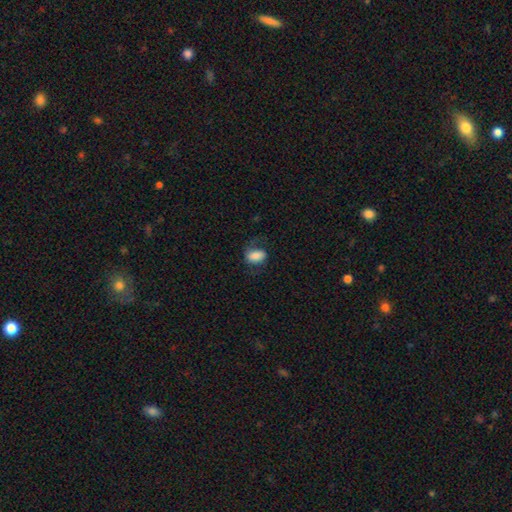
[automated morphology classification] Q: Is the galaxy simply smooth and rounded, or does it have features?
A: smooth — 75%.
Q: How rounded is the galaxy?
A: in between — 85%.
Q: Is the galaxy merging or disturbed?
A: none — 61%.